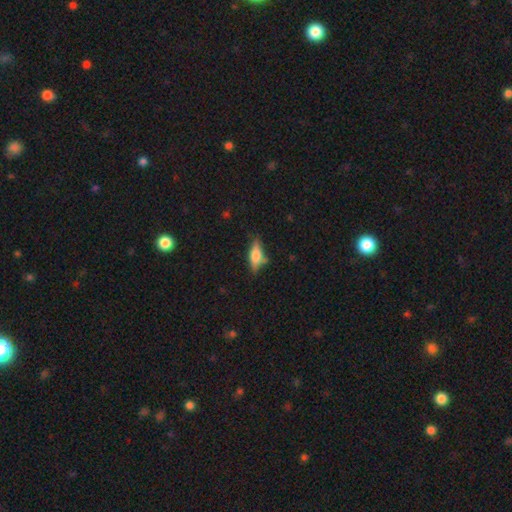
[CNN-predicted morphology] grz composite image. It shows a smooth galaxy with no disk features (61%) that is in between round and cigar-shaped (62%). Merging: none (66%).